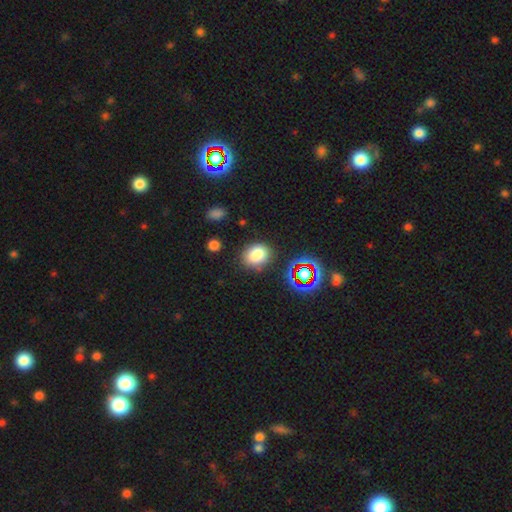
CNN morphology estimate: A smooth galaxy with no disk features (79%) that is in between round and cigar-shaped (54%). Merging: none (78%).